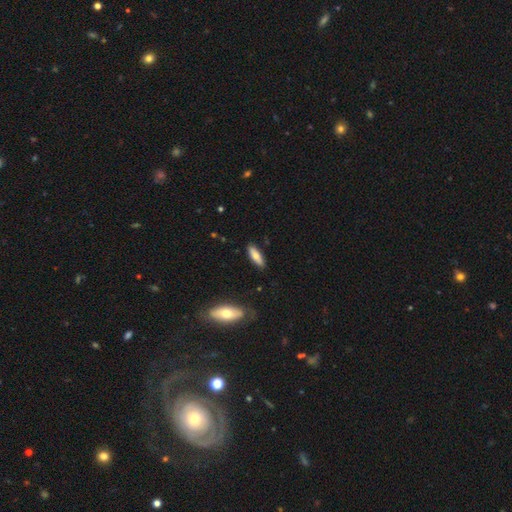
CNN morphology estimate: Smooth or featured? smooth (72%)
How rounded? in between (49%)
Merging? none (86%)